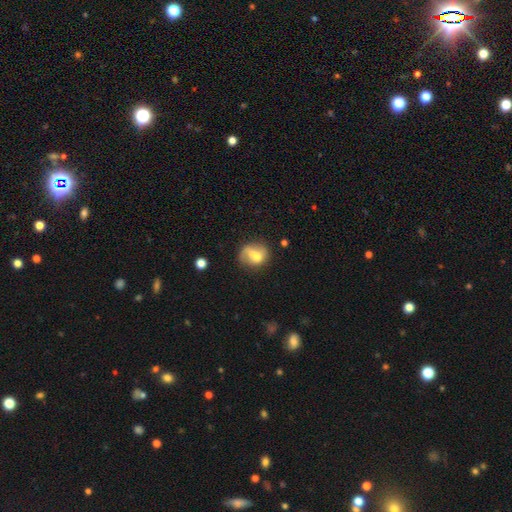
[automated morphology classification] Smooth or featured? smooth (57%)
How rounded? round (62%)
Merging? none (40%)